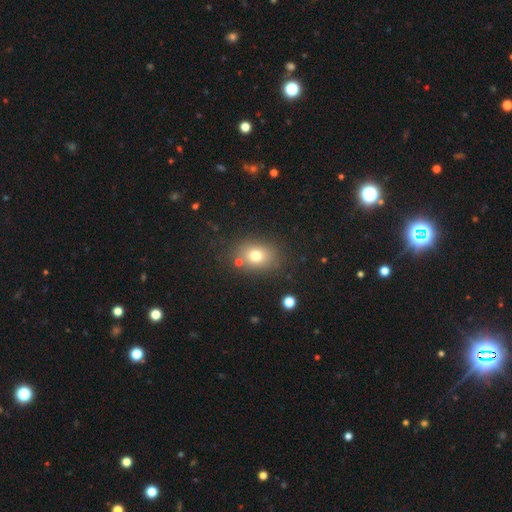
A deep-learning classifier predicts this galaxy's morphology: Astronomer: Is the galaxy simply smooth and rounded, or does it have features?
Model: smooth — 74%.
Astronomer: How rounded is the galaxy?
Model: in between — 56% (runner-up: round, 43%).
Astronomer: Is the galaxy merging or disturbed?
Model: none — 78%.